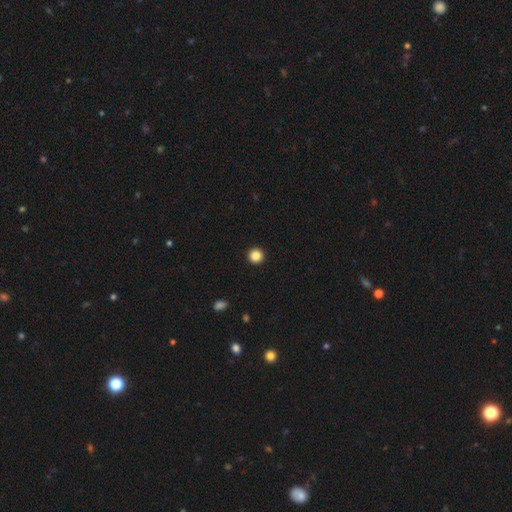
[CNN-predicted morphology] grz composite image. It shows a smooth galaxy with no disk features (87%) that is round (96%). Merging: none (94%).